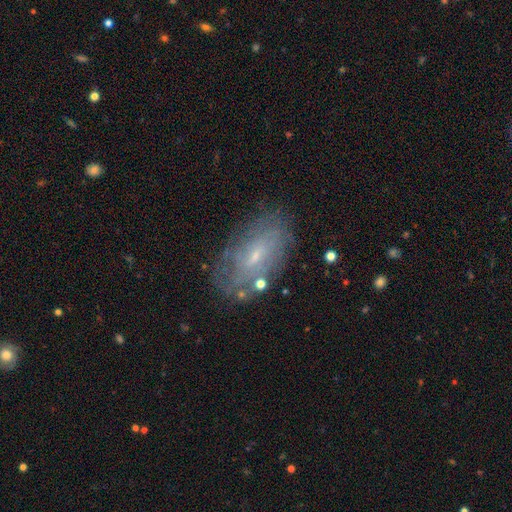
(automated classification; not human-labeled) The model was most divided on "bar": no: 52%, weak: 40%, strong: 8%. More confident: edge-on disk — no (90%); merging — none (73%); bulge size — small (72%); spiral arms — yes (61%); smooth or featured — featured or disk (59%).